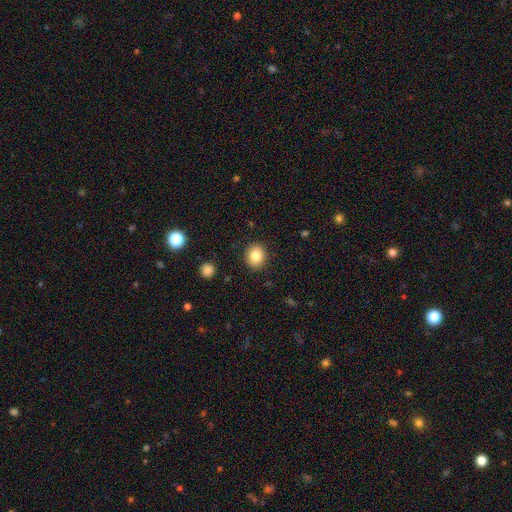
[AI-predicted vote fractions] A smooth galaxy with no disk features (83%) that is round (72%). Merging: none (90%).